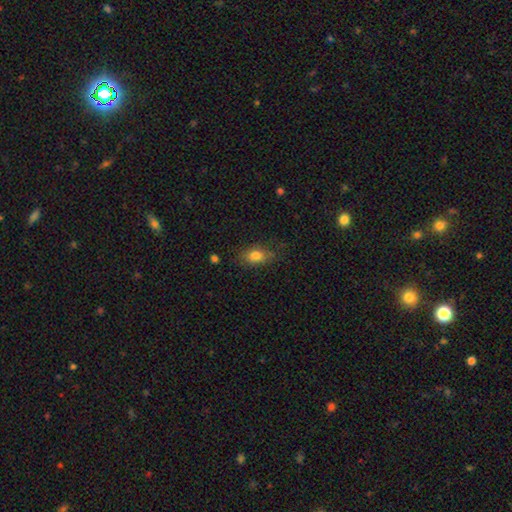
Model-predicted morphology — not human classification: This is clearly a smooth galaxy (80%). How rounded: likely in between (79%). Merging: likely none (72%).